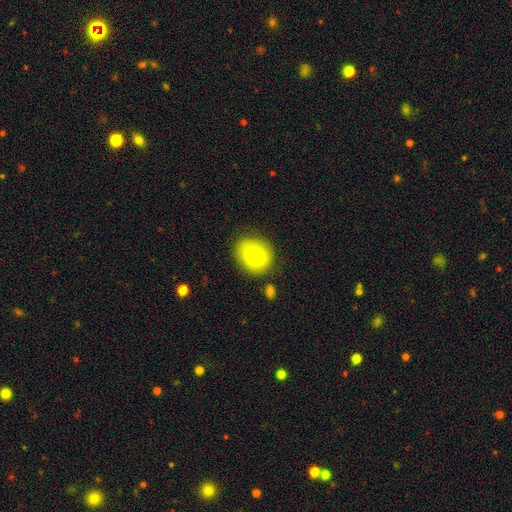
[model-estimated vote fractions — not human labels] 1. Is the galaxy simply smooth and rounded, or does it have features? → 72% smooth, 19% featured or disk, 9% star or artifact.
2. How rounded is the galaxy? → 75% round, 24% in between, 1% cigar-shaped.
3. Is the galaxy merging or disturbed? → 72% none, 19% minor disturbance, 5% major disturbance, 4% merger.